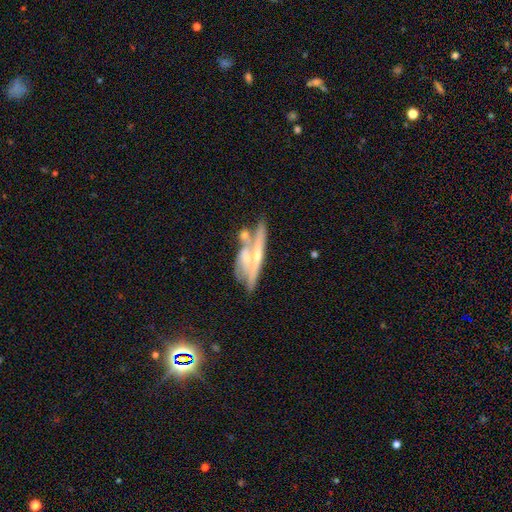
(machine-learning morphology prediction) A featured or disk galaxy (66%) viewed edge-on (63%).

Vote fractions:
- Smooth or featured? featured or disk: 66% / smooth: 26% / star or artifact: 8%
- Edge-on disk? yes: 63% / no: 37%
- Merging? merger: 44% / none: 33% / minor disturbance: 14% / major disturbance: 9%